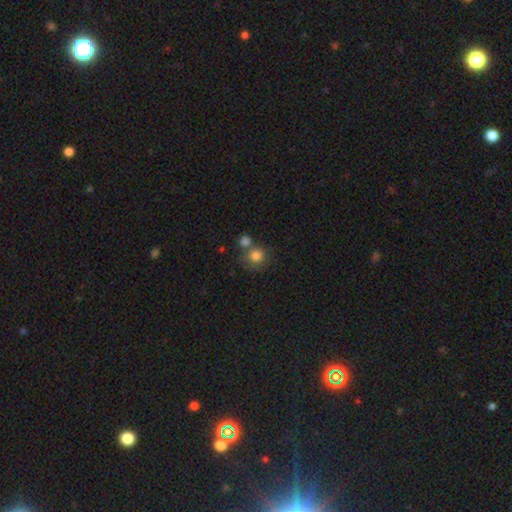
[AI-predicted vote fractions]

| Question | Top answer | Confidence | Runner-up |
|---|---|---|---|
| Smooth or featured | smooth | 81% | star or artifact (11%) |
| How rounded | round | 86% | in between (13%) |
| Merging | none | 54% | merger (30%) |